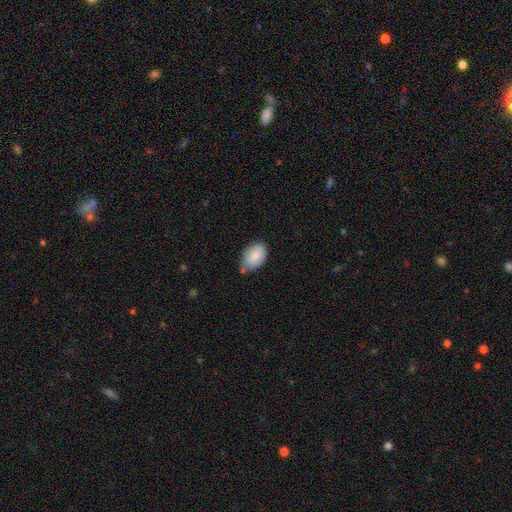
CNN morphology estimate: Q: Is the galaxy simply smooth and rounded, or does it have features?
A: smooth — 85%.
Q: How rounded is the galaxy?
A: in between — 90%.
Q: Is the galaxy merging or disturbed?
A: none — 57%.